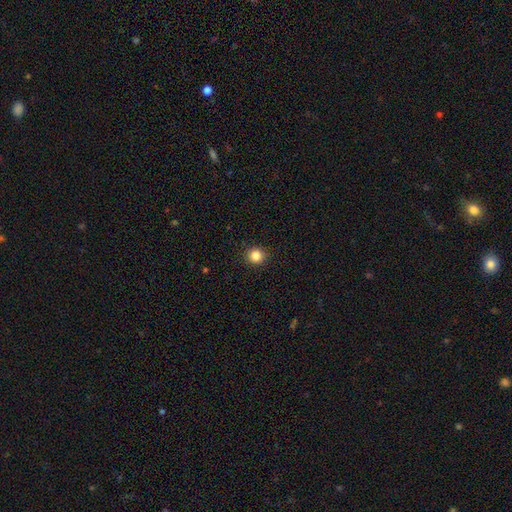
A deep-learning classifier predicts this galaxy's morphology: This is clearly a smooth galaxy (85%). How rounded: clearly round (91%). Merging: clearly none (92%).